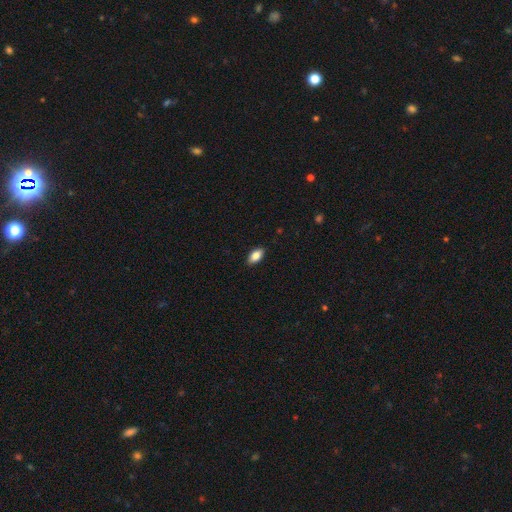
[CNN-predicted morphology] This is clearly a smooth galaxy (84%). How rounded: clearly in between (91%). Merging: clearly none (88%).